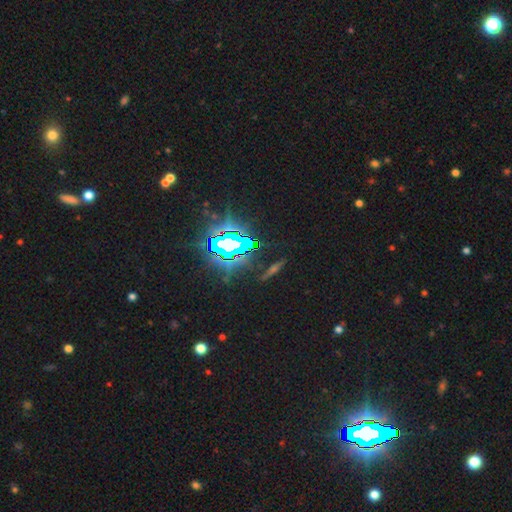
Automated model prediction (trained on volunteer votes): Smooth or featured?
  - star or artifact: 84% *
  - smooth: 9%
  - featured or disk: 7%